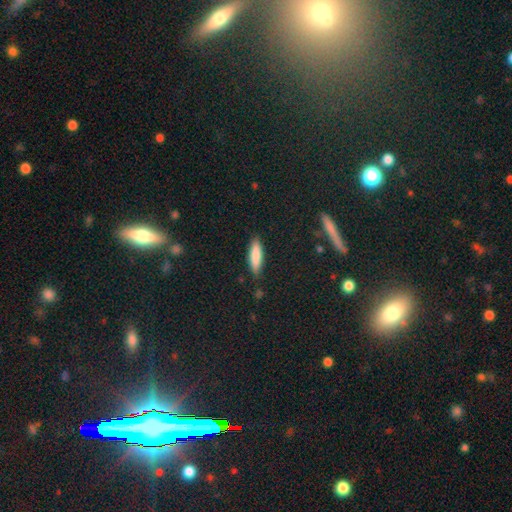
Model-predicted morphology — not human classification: A smooth galaxy with no disk features (83%) that is cigar-shaped (65%). Merging: none (86%).